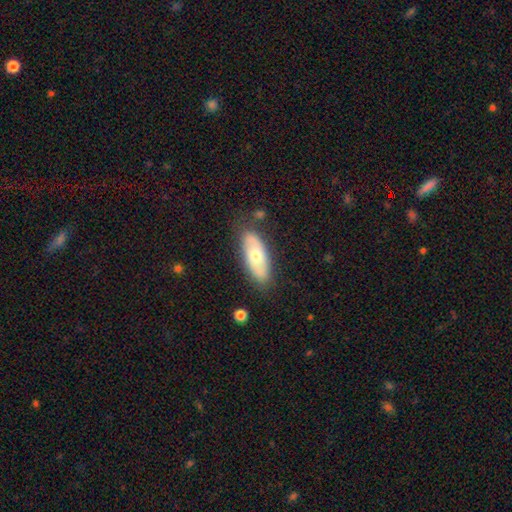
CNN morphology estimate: smooth-or-featured: smooth: 57% | featured or disk: 37% | star or artifact: 6%
  how-rounded: in between: 78% | cigar-shaped: 19% | round: 3%
  merging: none: 78% | minor disturbance: 15% | major disturbance: 4% | merger: 3%